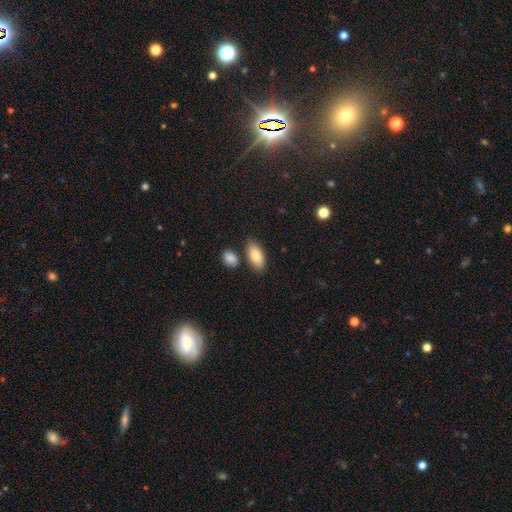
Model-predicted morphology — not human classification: smooth 84%, featured or disk 10%, star or artifact 6%. Down the decision tree: how rounded — in between (91%); merging — none (78%).